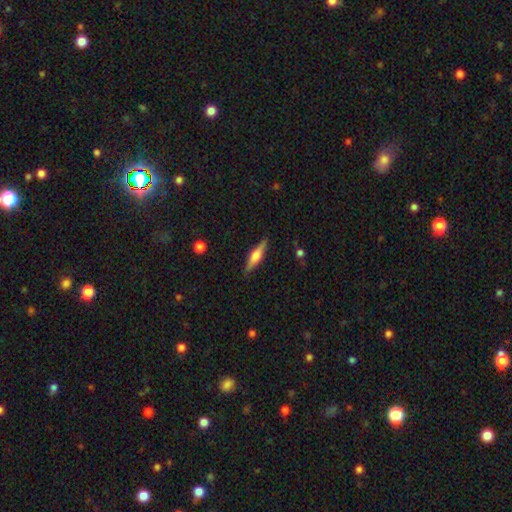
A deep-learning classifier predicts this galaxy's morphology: A featured or disk galaxy (61%) viewed edge-on (96%) with a rounded central bulge (88%). Merging: none (89%).